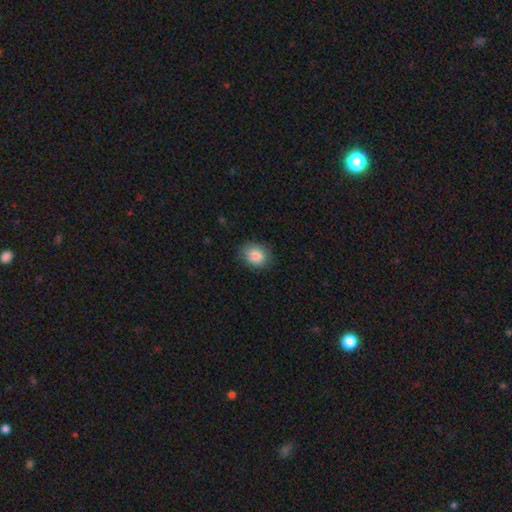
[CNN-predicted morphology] Smooth or featured: smooth — 87% (star or artifact — 8%)
How rounded: round — 57% (in between — 42%)
Merging: none — 80% (minor disturbance — 16%)